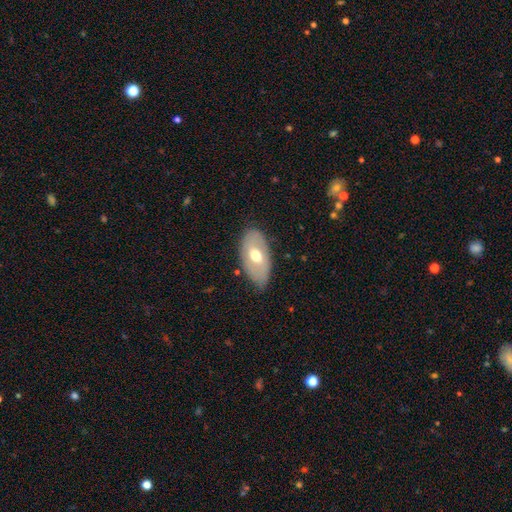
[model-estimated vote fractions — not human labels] This is possibly a smooth galaxy (54%). How rounded: clearly in between (93%). Merging: likely none (70%).